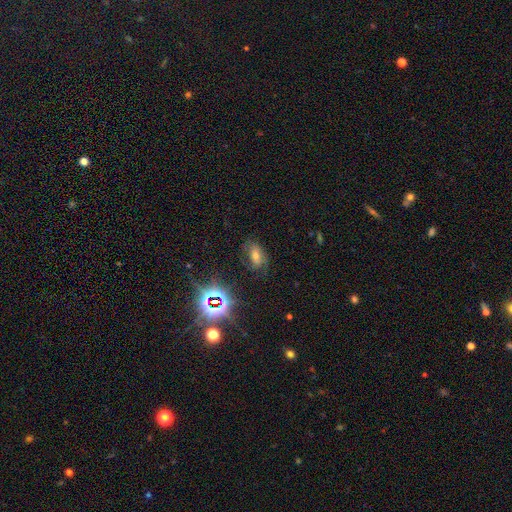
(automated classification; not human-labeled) star or artifact 42%, featured or disk 31%, smooth 27%.